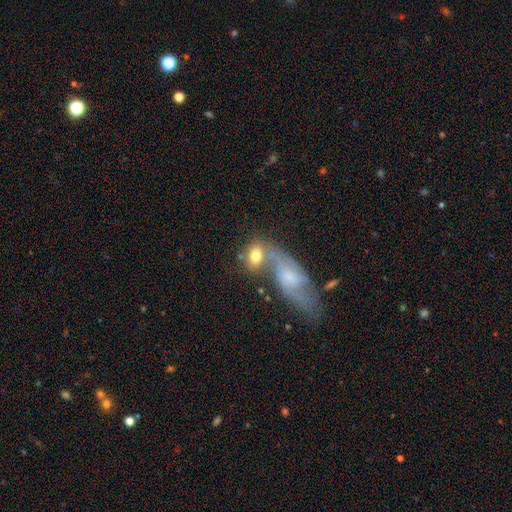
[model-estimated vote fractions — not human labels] Smooth or featured? smooth (70%)
How rounded? in between (65%)
Merging? merger (40%)